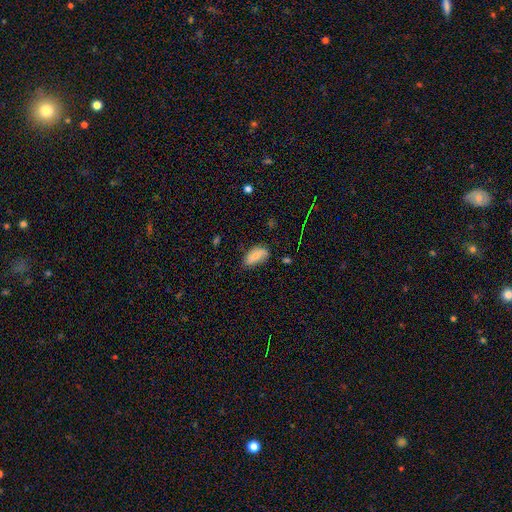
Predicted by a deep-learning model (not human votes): Q: Smooth or featured?
A: smooth (73%); runner-up: featured or disk (19%)
Q: How rounded?
A: in between (91%); runner-up: cigar-shaped (6%)
Q: Merging?
A: none (60%); runner-up: minor disturbance (31%)